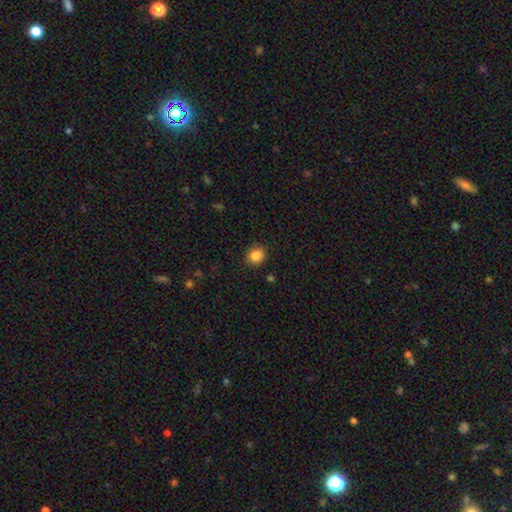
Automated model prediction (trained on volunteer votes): smooth-or-featured: smooth: 87% | star or artifact: 10% | featured or disk: 3%
  how-rounded: round: 75% | in between: 24% | cigar-shaped: 1%
  merging: none: 87% | minor disturbance: 9% | major disturbance: 2% | merger: 1%